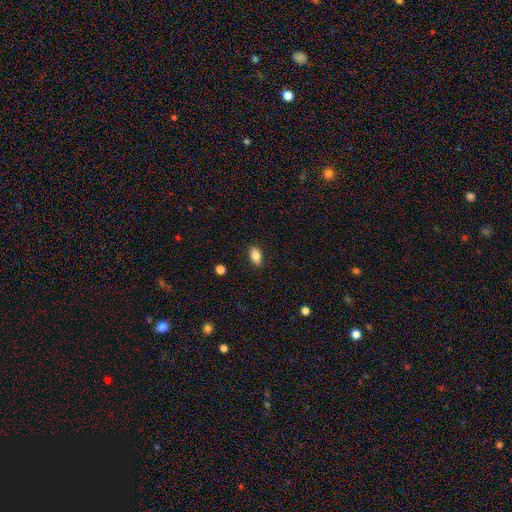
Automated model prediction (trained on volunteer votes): This is clearly a smooth galaxy (84%). How rounded: clearly in between (90%). Merging: clearly none (88%).